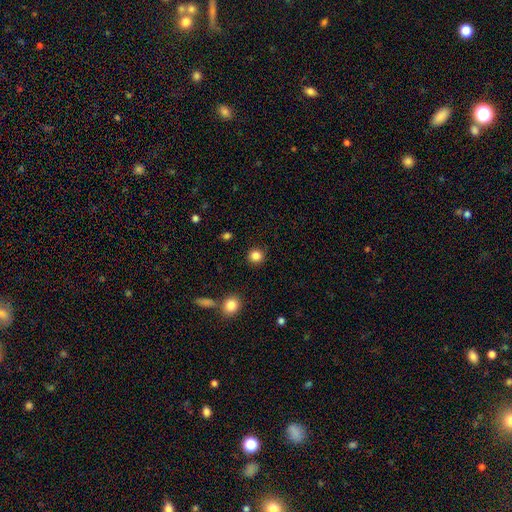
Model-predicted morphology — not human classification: smooth 85%, star or artifact 11%, featured or disk 4%. Down the decision tree: how rounded — round (90%); merging — none (90%).